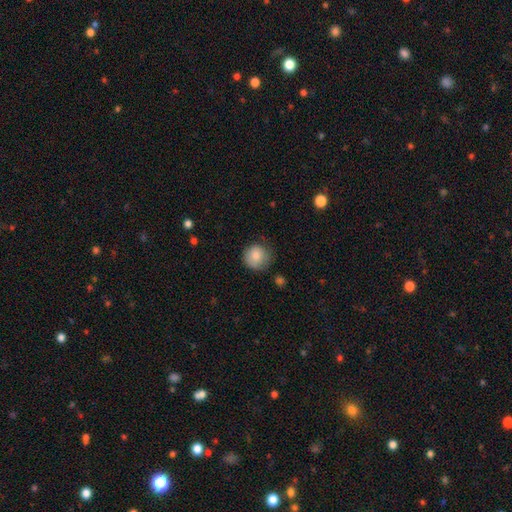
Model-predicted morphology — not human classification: Smooth or featured? smooth (84%)
How rounded? round (90%)
Merging? none (71%)